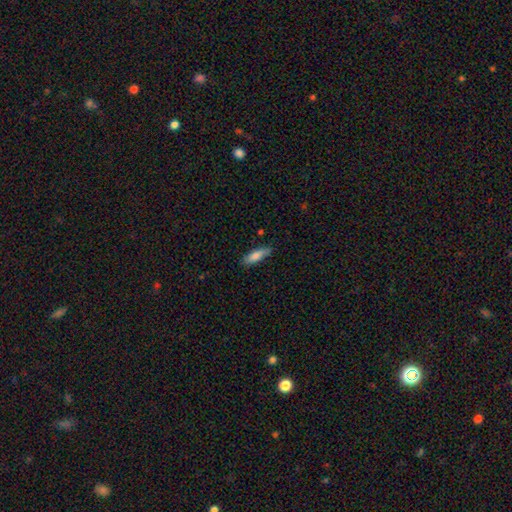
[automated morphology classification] Overall: smooth (80%). How rounded: cigar-shaped (53%; in between 45%). Merging: none (75%).